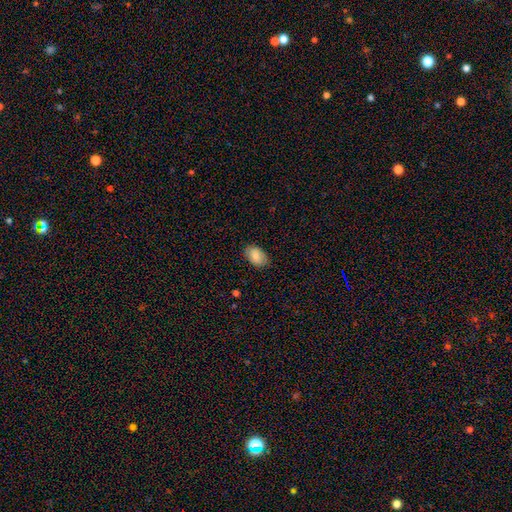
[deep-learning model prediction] Overall: smooth (84%). How rounded: in between (90%). Merging: none (83%).